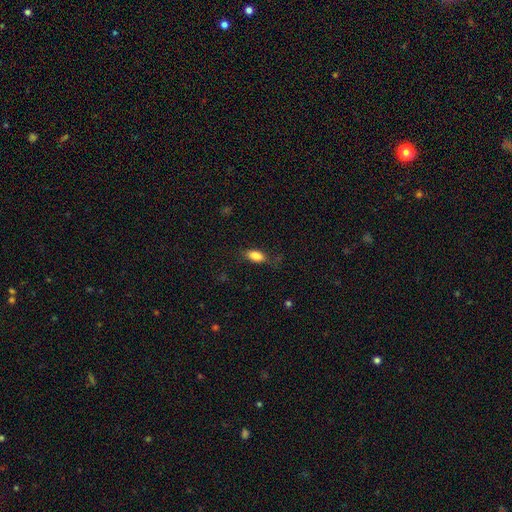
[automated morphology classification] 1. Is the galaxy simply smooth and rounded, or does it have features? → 84% smooth, 8% featured or disk, 8% star or artifact.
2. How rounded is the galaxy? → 87% in between, 8% cigar-shaped, 4% round.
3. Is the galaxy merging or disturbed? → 75% none, 17% minor disturbance, 6% major disturbance, 1% merger.